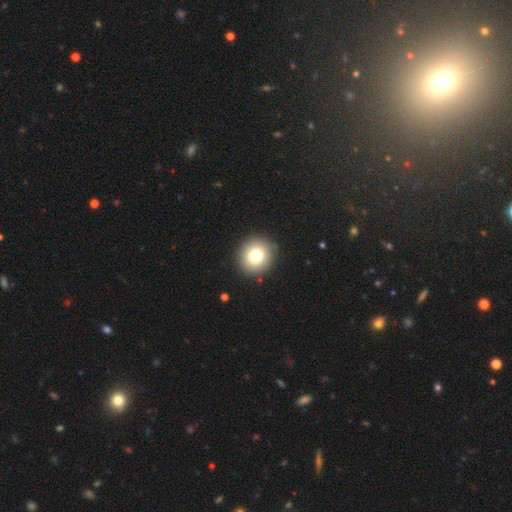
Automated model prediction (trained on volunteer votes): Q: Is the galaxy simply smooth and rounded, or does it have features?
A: smooth — 77%.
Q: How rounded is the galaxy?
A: round — 88%.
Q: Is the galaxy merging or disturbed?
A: none — 90%.